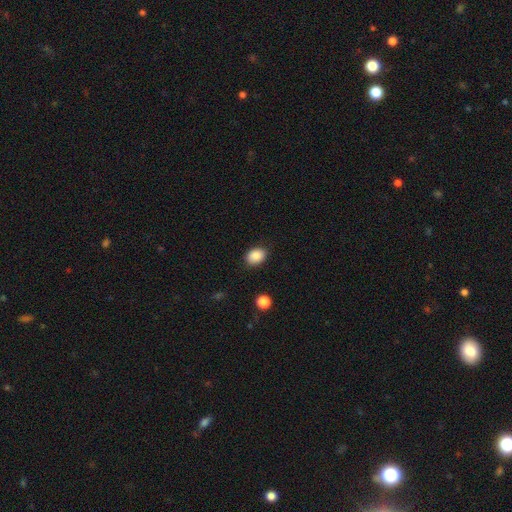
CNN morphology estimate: This appears to be a smooth galaxy with no disk features (87%) that is in between round and cigar-shaped (73%). Merging: none (86%).